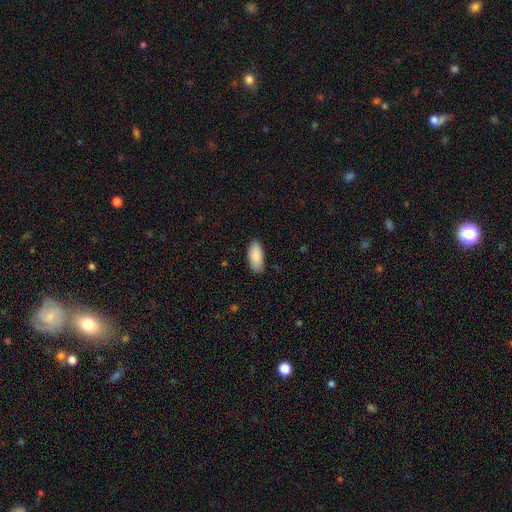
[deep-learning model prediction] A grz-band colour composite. It shows a smooth galaxy with no disk features (89%) that is in between round and cigar-shaped (88%). Merging: none (84%).